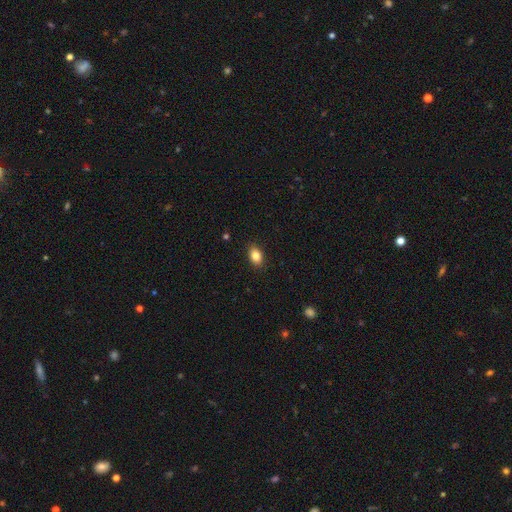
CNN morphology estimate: Smooth or featured? Predicted: smooth (p=0.84). How rounded? Predicted: in between (p=0.83). Merging? Predicted: none (p=0.89).